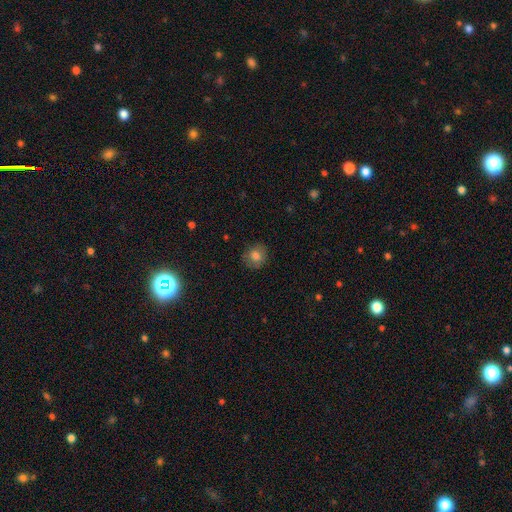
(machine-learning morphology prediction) The model was most divided on "how rounded": round: 80%, in between: 19%, cigar-shaped: 1%. More confident: merging — none (83%); smooth or featured — smooth (77%).